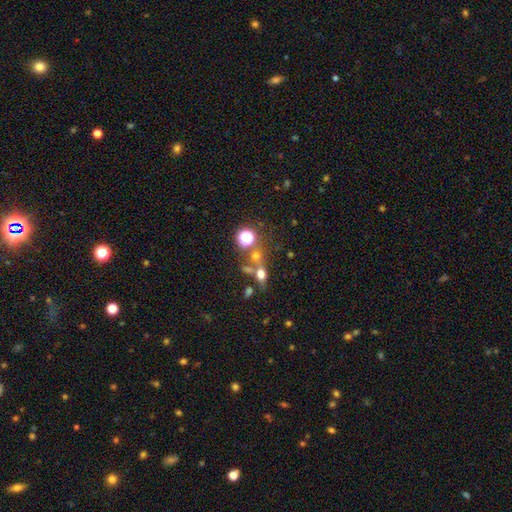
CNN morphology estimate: Smooth or featured? smooth (52%)
How rounded? round (70%)
Merging? none (47%)